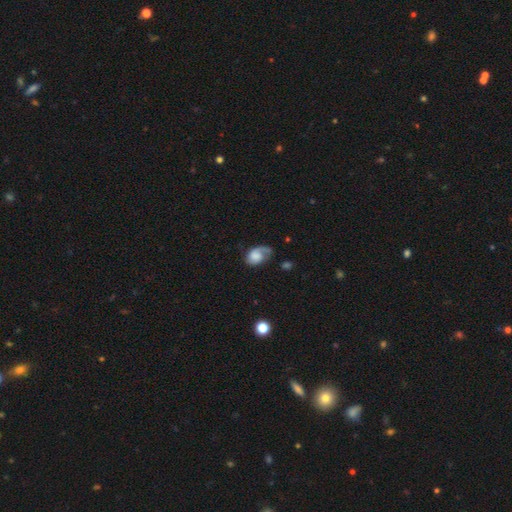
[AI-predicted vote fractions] Q: Smooth or featured?
A: featured or disk (46%); tied with: smooth (46%)
Q: Merging?
A: none (41%); runner-up: minor disturbance (29%)